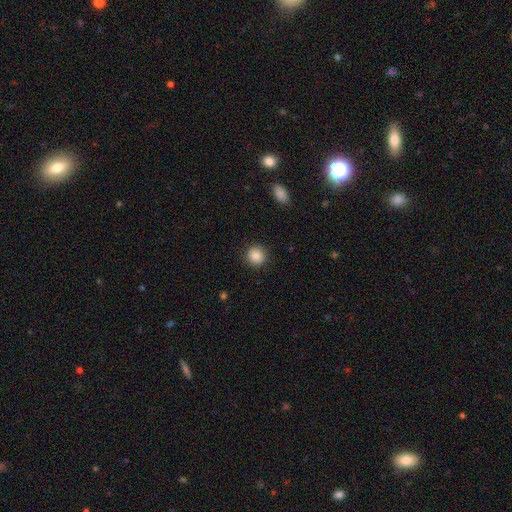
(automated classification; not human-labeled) Q: Smooth or featured?
A: smooth (85%); runner-up: star or artifact (10%)
Q: How rounded?
A: round (92%); runner-up: in between (7%)
Q: Merging?
A: none (90%); runner-up: minor disturbance (7%)